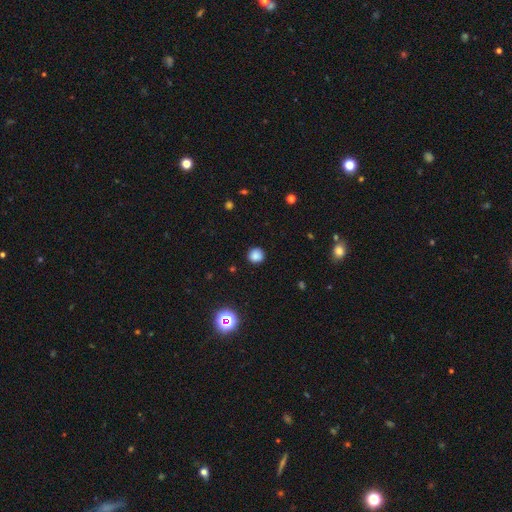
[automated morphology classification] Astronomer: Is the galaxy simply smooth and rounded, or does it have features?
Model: smooth — 83%.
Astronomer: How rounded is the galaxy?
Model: round — 94%.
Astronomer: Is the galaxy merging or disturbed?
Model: none — 90%.